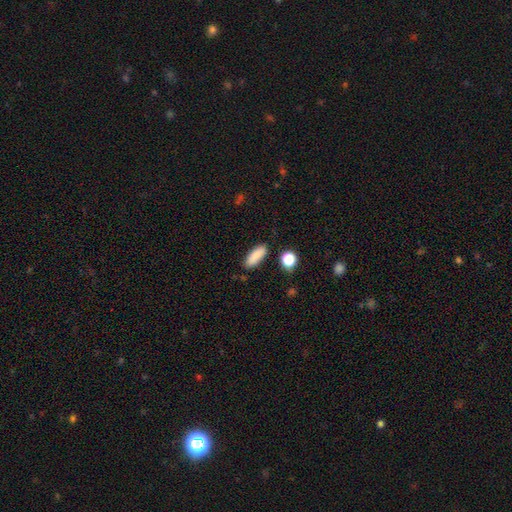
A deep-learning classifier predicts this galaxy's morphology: Smooth or featured: smooth — 86% (star or artifact — 8%)
How rounded: in between — 69% (cigar-shaped — 28%)
Merging: none — 83% (minor disturbance — 11%)